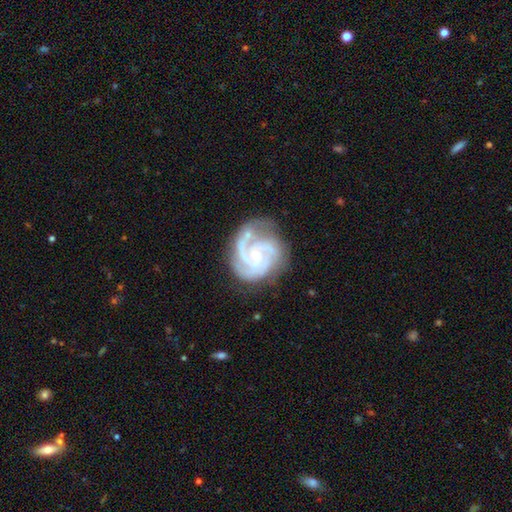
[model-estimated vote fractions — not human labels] This is clearly a featured or disk galaxy (92%). It is clearly not viewed edge-on (98%). Bar: likely no (66%). Spiral arm pattern: clearly yes (99%). Spiral arm count: likely 3 (64%). Spiral winding: possibly tight (60%). Central bulge: likely small (70%). Merging: likely none (70%).